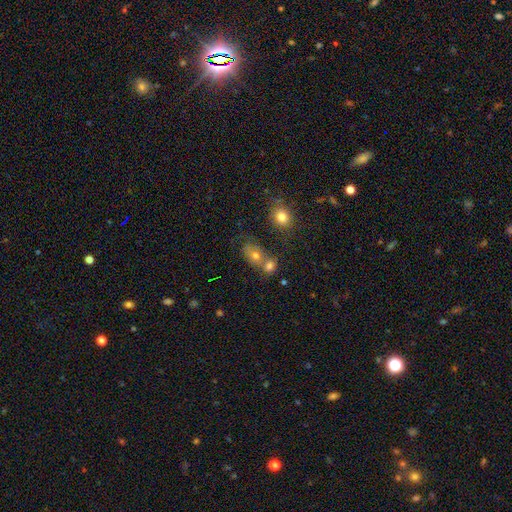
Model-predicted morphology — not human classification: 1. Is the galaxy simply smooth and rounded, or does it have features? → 53% smooth, 24% star or artifact, 23% featured or disk.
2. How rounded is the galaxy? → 57% in between, 40% round, 3% cigar-shaped.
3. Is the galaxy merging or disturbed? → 46% none, 34% merger, 13% minor disturbance, 7% major disturbance.